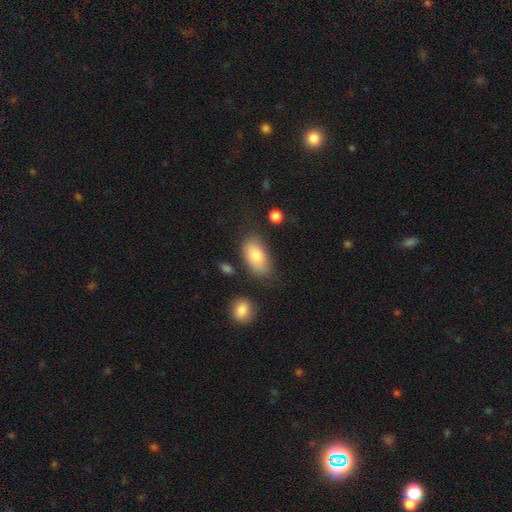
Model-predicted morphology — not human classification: This appears to be a smooth galaxy with no disk features (81%) that is in between round and cigar-shaped (93%). Merging: none (69%).